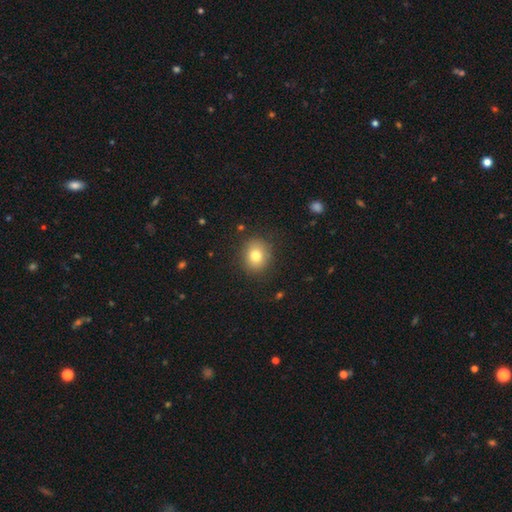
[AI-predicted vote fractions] This is likely a smooth galaxy (79%). How rounded: likely round (68%). Merging: clearly none (86%).